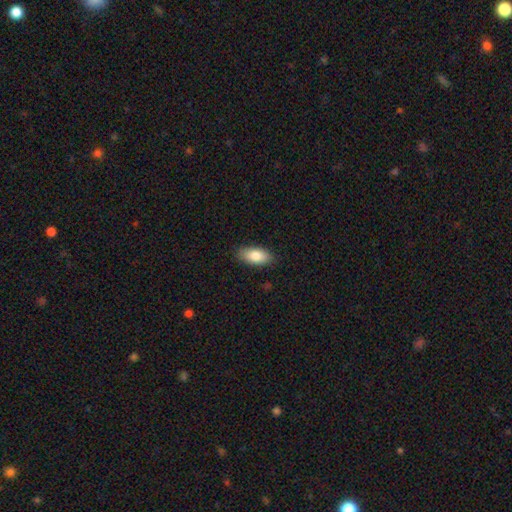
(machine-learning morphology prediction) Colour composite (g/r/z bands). It shows a smooth galaxy with no disk features (85%) that is in between round and cigar-shaped (90%). Merging: none (86%).